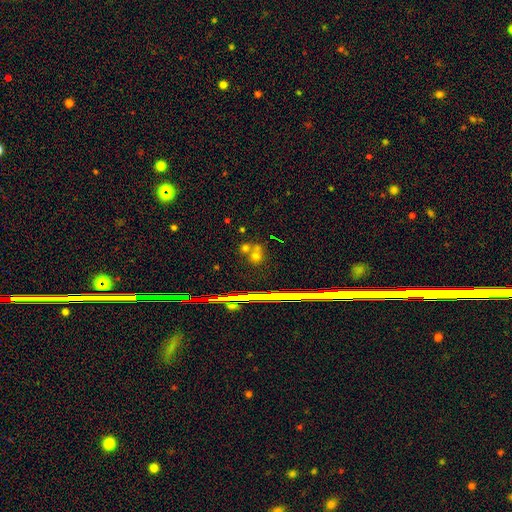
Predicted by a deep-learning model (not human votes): A smooth galaxy with no disk features (57%) that is round (71%). Merging: none (48%).